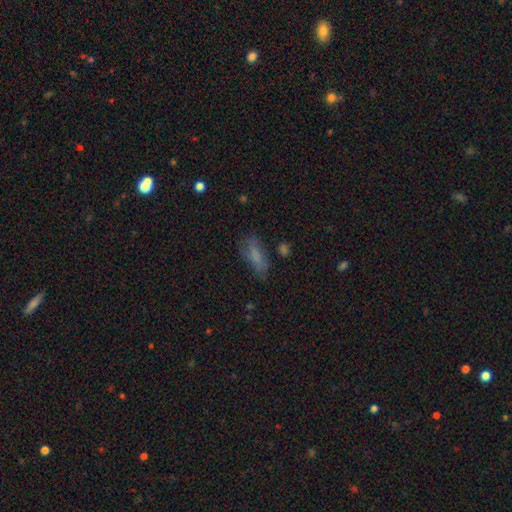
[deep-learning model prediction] Smooth or featured: smooth — 72% (featured or disk — 16%)
How rounded: in between — 67% (cigar-shaped — 30%)
Merging: none — 61% (minor disturbance — 24%)